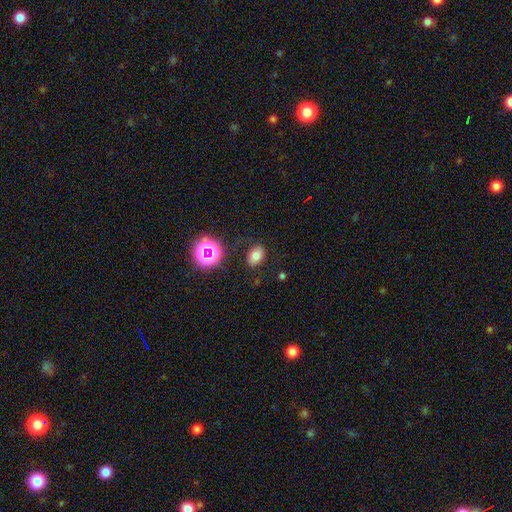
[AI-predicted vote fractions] Smooth or featured? Predicted: smooth (p=0.72). How rounded? Predicted: in between (p=0.74). Merging? Predicted: none (p=0.82).